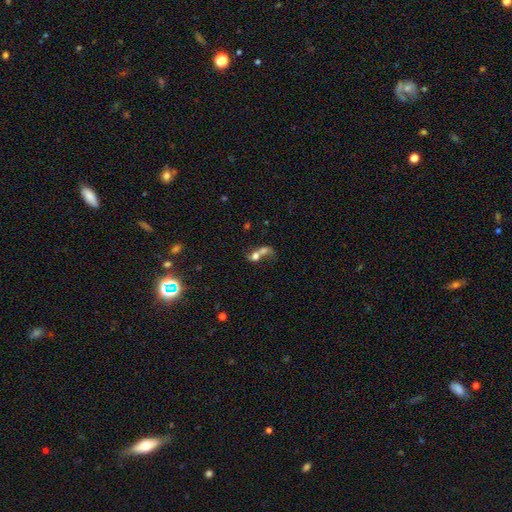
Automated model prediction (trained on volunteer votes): smooth_or_featured: smooth (p=0.55) [alt: featured or disk p=0.27]
how_rounded: in between (p=0.49) [alt: round p=0.45]
merging: merger (p=0.70) [alt: none p=0.16]